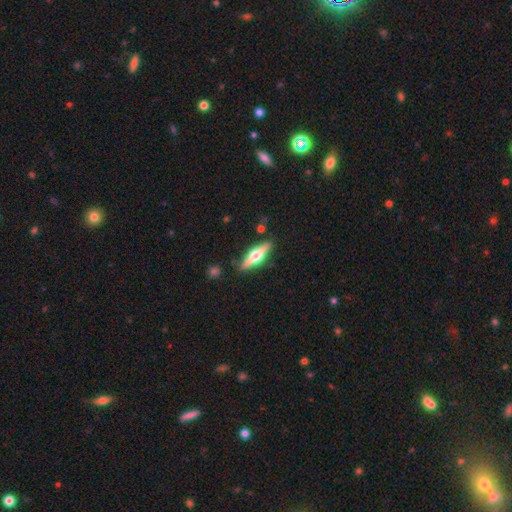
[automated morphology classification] Smooth or featured? featured or disk (66%)
Edge-on disk? yes (96%)
Edge-on bulge? rounded (95%)
Merging? none (86%)